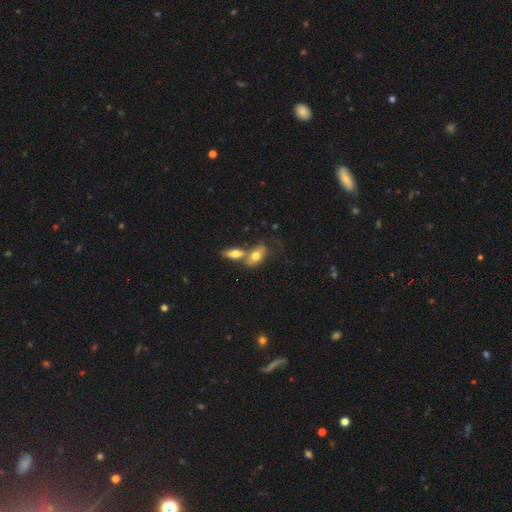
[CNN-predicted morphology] This is likely a smooth galaxy (67%). How rounded: clearly in between (84%). Merging: possibly merger (55%).